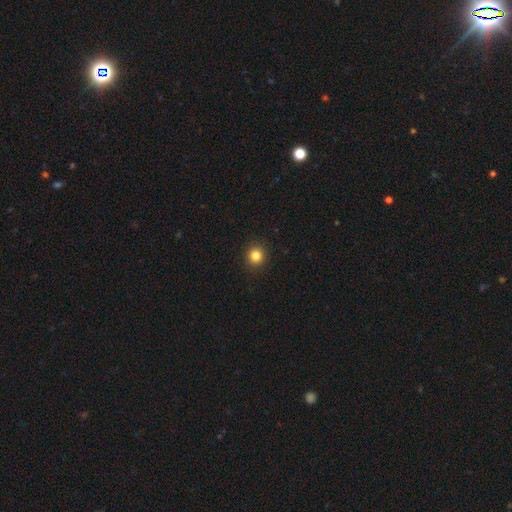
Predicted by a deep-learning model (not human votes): Q: Smooth or featured?
A: smooth (84%); runner-up: star or artifact (11%)
Q: How rounded?
A: round (90%); runner-up: in between (9%)
Q: Merging?
A: none (92%); runner-up: minor disturbance (5%)